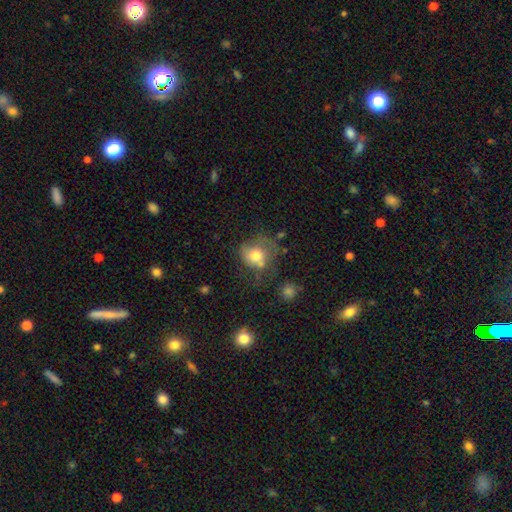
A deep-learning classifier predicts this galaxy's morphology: type=smooth (67%); roundness=round (71%); merging=none (39%).